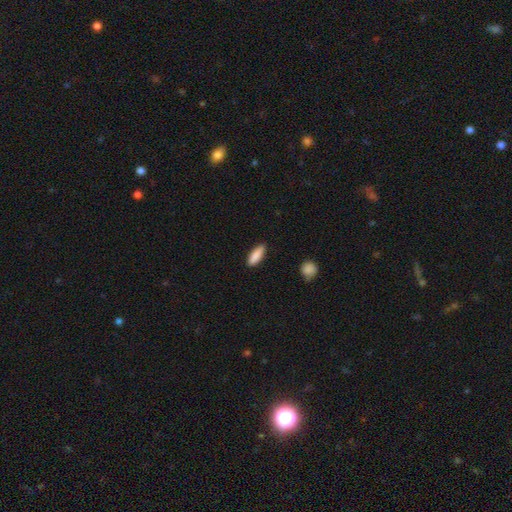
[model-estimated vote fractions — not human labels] smooth-or-featured: smooth: 88% | featured or disk: 6% | star or artifact: 6%
  how-rounded: in between: 59% | cigar-shaped: 39% | round: 2%
  merging: none: 85% | minor disturbance: 11% | major disturbance: 2% | merger: 1%